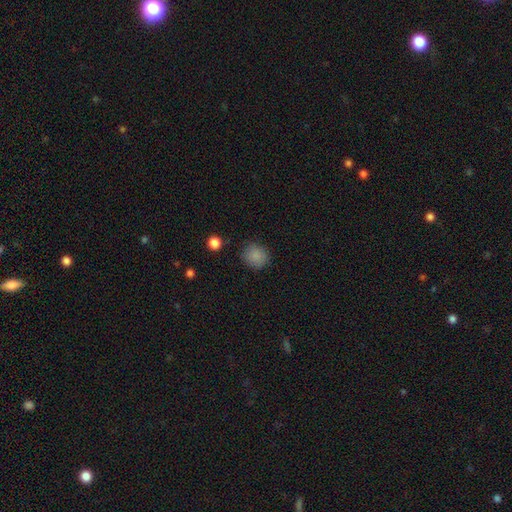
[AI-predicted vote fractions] Smooth or featured?
  - smooth: 86% *
  - star or artifact: 10%
  - featured or disk: 4%
How rounded?
  - round: 84% *
  - in between: 15%
  - cigar-shaped: 1%
Merging?
  - none: 85% *
  - minor disturbance: 11%
  - major disturbance: 3%
  - merger: 2%